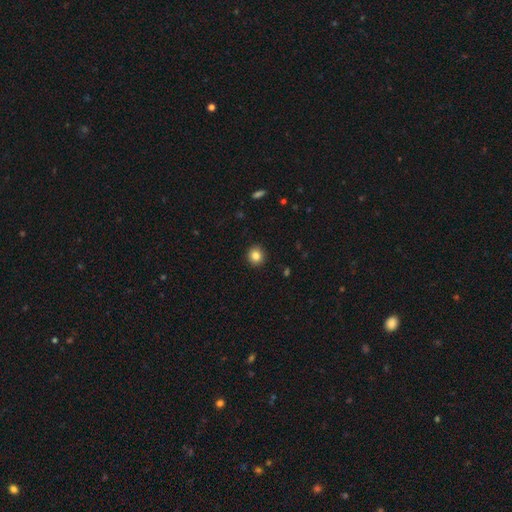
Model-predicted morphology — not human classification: The model was most divided on "smooth or featured": smooth: 84%, star or artifact: 10%, featured or disk: 6%. More confident: merging — none (92%); how rounded — round (90%).